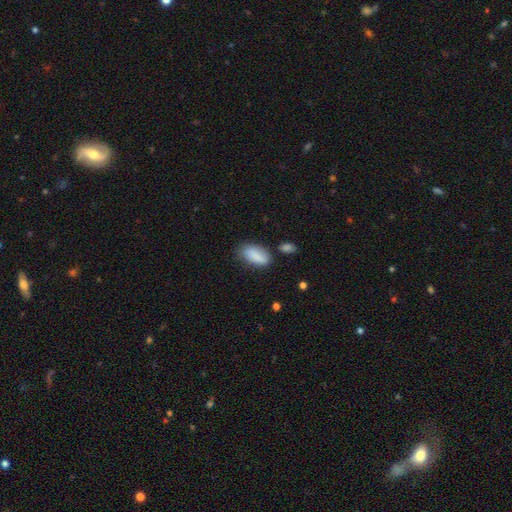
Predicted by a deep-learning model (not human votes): This is clearly a smooth galaxy (85%). How rounded: clearly in between (90%). Merging: likely none (68%).